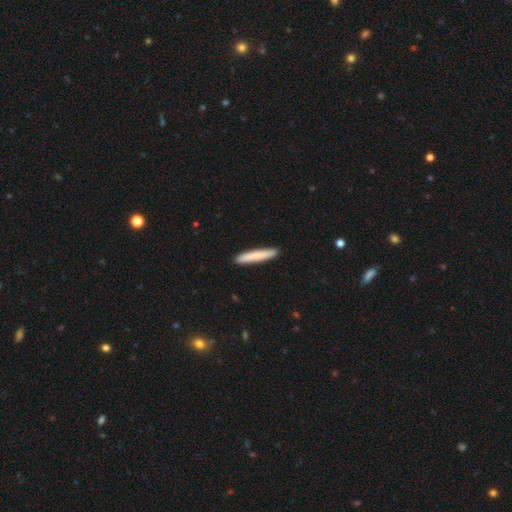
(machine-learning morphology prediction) A smooth galaxy with no disk features (79%) that is cigar-shaped (95%). Merging: none (92%).